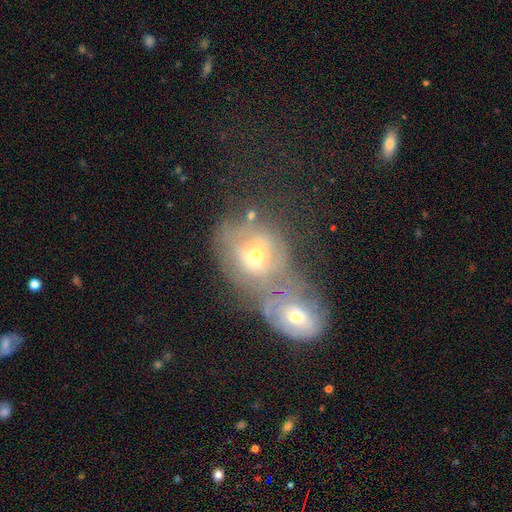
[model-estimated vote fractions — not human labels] Smooth or featured? Predicted: smooth (p=0.50). Merging? Predicted: merger (p=0.70).